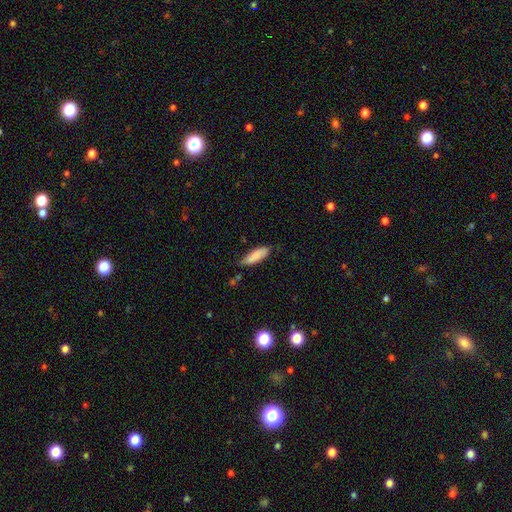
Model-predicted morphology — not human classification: The model was most divided on "how rounded": in between: 51%, cigar-shaped: 47%, round: 2%. More confident: smooth or featured — smooth (84%); merging — none (67%).